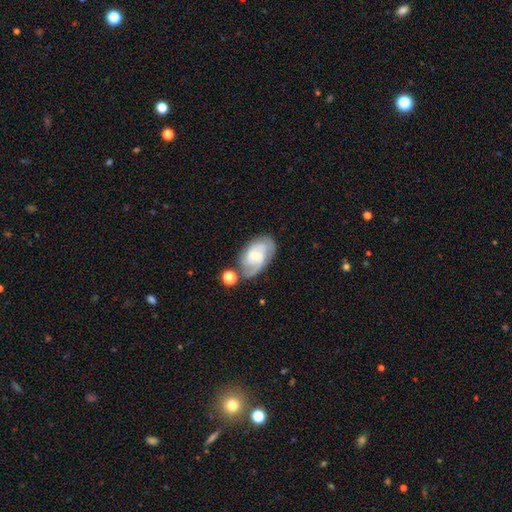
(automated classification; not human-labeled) Smooth or featured? featured or disk (75%)
Edge-on disk? no (96%)
Bar? no (55%)
Spiral arms? yes (93%)
Spiral winding? medium (44%)
Spiral arm count? 2 (51%)
Bulge size? small (56%)
Merging? none (60%)